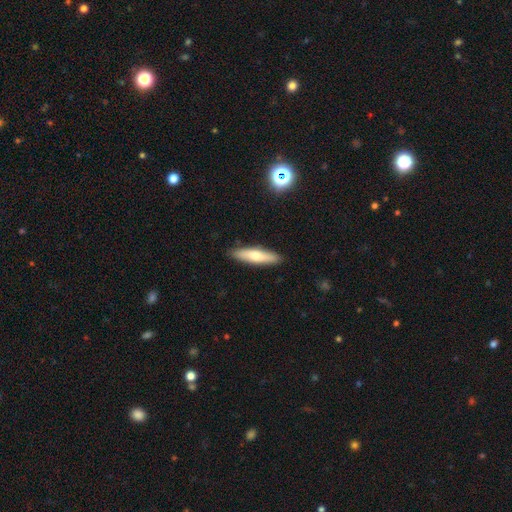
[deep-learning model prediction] A smooth galaxy with no disk features (66%) that is cigar-shaped (77%).

Vote fractions:
- Smooth or featured? smooth: 66% / featured or disk: 29% / star or artifact: 6%
- How rounded? cigar-shaped: 77% / in between: 22% / round: 2%
- Merging? none: 89% / minor disturbance: 8% / major disturbance: 2% / merger: 1%